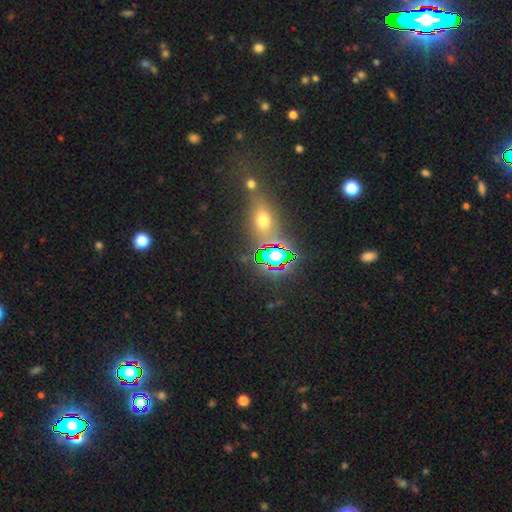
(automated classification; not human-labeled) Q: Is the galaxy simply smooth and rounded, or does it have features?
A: star or artifact — 56%.